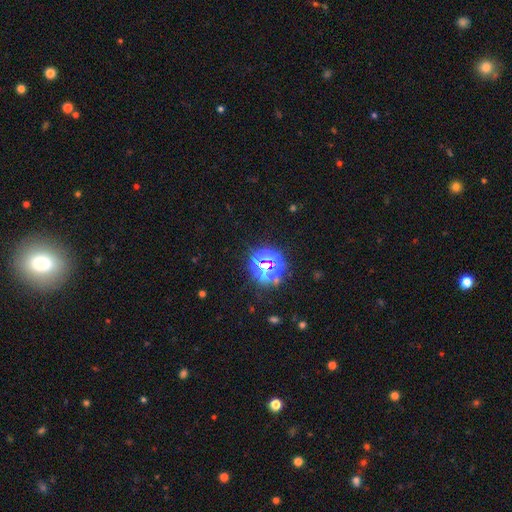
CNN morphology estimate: Smooth or featured: star or artifact — 73% (smooth — 17%)